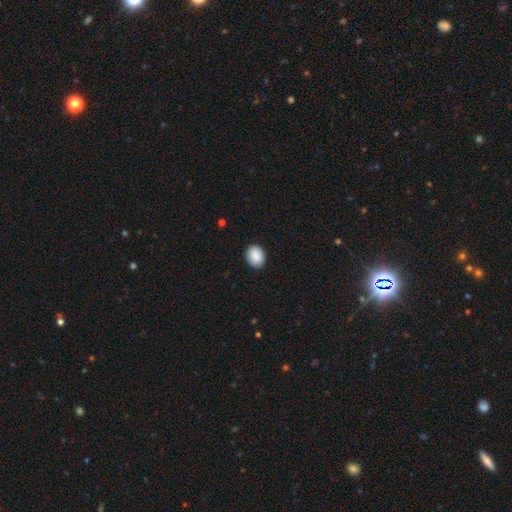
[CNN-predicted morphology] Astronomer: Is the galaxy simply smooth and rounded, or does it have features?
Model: smooth — 89%.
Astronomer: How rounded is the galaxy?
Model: in between — 50% (runner-up: round, 49%).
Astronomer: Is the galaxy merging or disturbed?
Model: none — 89%.